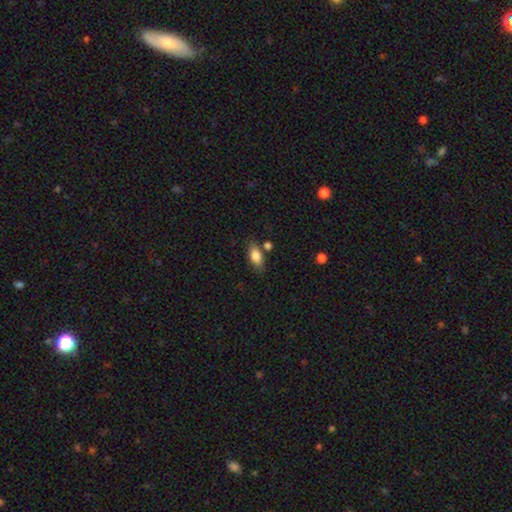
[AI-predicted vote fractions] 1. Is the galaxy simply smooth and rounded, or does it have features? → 83% smooth, 9% featured or disk, 7% star or artifact.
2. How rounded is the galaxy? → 87% in between, 7% cigar-shaped, 6% round.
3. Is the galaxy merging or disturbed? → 74% none, 15% minor disturbance, 8% merger, 4% major disturbance.